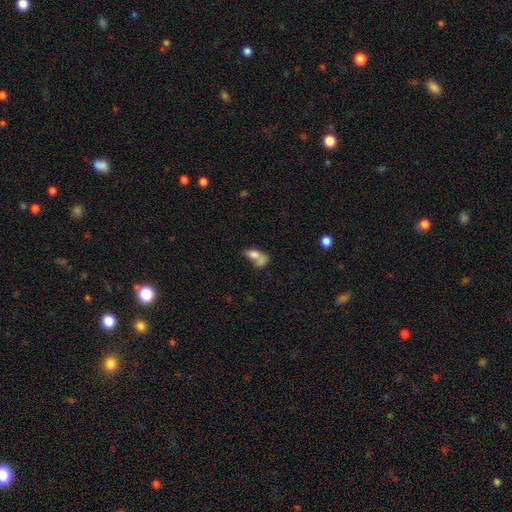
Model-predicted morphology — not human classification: smooth-or-featured: smooth: 68% | featured or disk: 21% | star or artifact: 11%
  how-rounded: in between: 78% | round: 15% | cigar-shaped: 8%
  merging: merger: 54% | none: 20% | major disturbance: 15% | minor disturbance: 11%